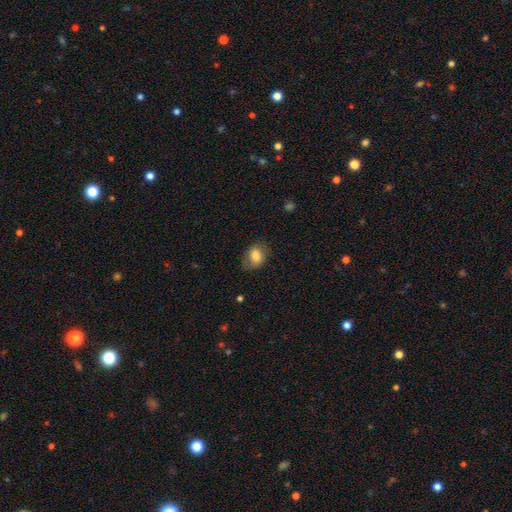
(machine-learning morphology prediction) Smooth or featured: smooth — 77% (featured or disk — 15%)
How rounded: in between — 66% (round — 33%)
Merging: none — 66% (minor disturbance — 23%)